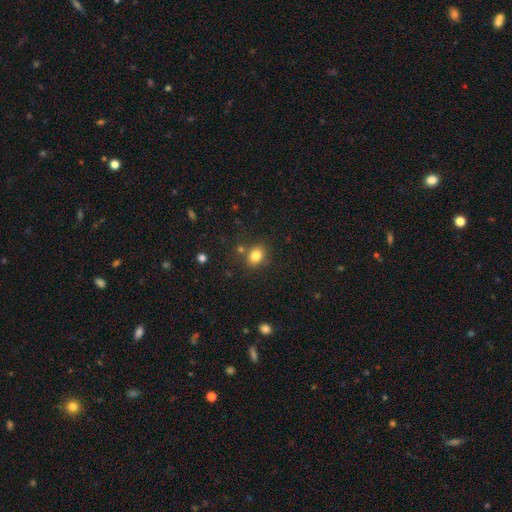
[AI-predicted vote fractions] smooth-or-featured: smooth: 82% | star or artifact: 11% | featured or disk: 7%
  how-rounded: in between: 50% | round: 49% | cigar-shaped: 1%
  merging: none: 76% | minor disturbance: 12% | merger: 8% | major disturbance: 4%